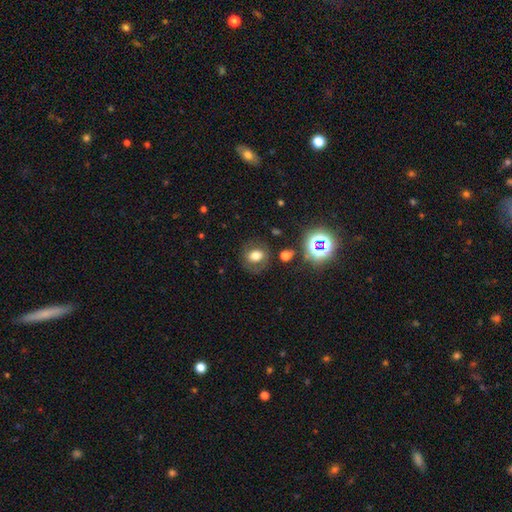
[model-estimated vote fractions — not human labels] A smooth galaxy with no disk features (59%) that is round (58%). Merging: none (76%).